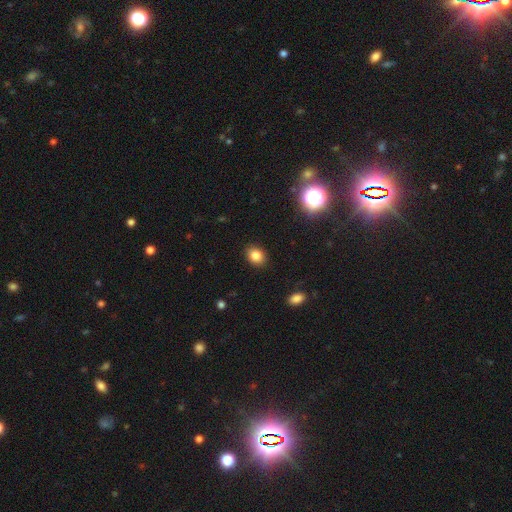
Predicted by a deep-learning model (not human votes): A smooth galaxy with no disk features (83%) that is in between round and cigar-shaped (57%). Merging: none (89%).